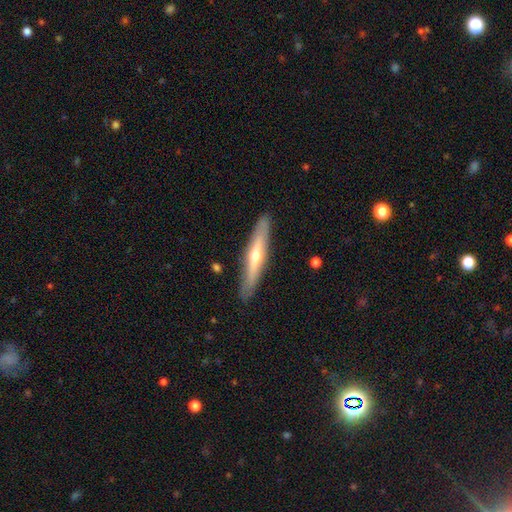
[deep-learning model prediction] Q: Smooth or featured?
A: featured or disk (59%); runner-up: smooth (35%)
Q: Edge-on disk?
A: yes (89%); runner-up: no (11%)
Q: Edge-on bulge?
A: rounded (85%); runner-up: none (12%)
Q: Merging?
A: none (88%); runner-up: minor disturbance (9%)